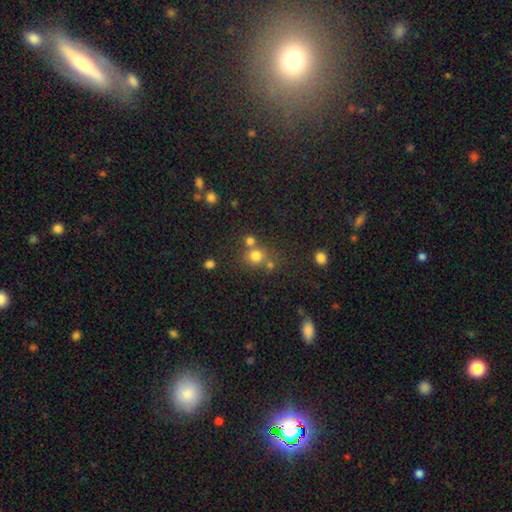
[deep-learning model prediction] A smooth galaxy with no disk features (74%) that is round (83%). Merging: none (58%).